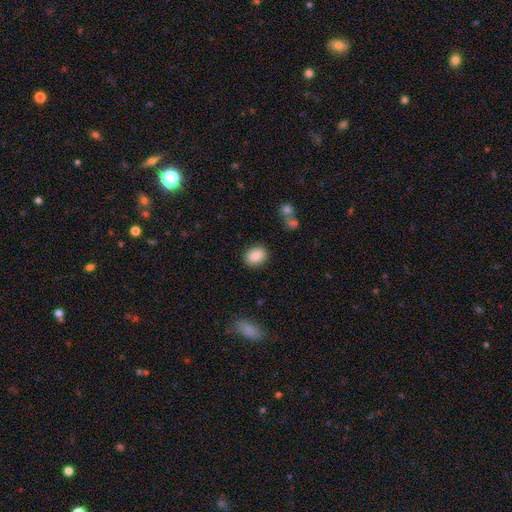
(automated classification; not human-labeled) This appears to be a smooth galaxy with no disk features (84%) that is in between round and cigar-shaped (62%). Merging: none (87%).